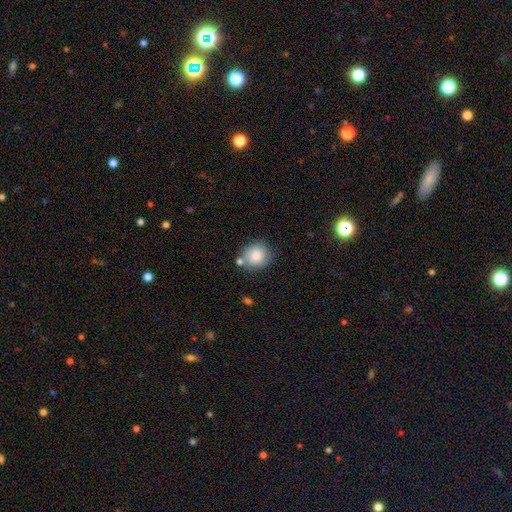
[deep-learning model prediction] Smooth or featured: smooth — 85% (star or artifact — 8%)
How rounded: round — 81% (in between — 18%)
Merging: none — 71% (minor disturbance — 15%)